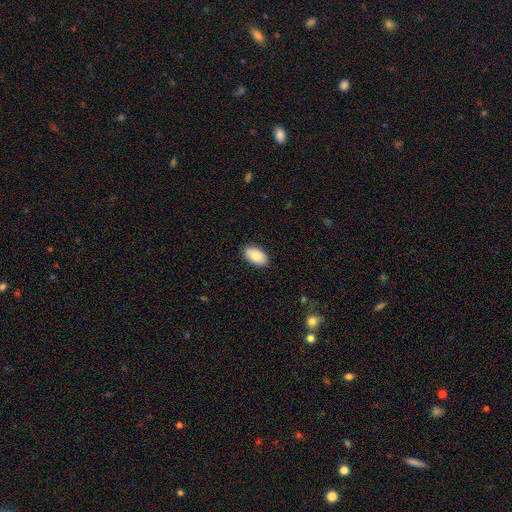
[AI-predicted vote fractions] Smooth or featured?
  - smooth: 84% *
  - featured or disk: 9%
  - star or artifact: 6%
How rounded?
  - in between: 95% *
  - round: 4%
  - cigar-shaped: 1%
Merging?
  - none: 88% *
  - minor disturbance: 9%
  - major disturbance: 2%
  - merger: 1%